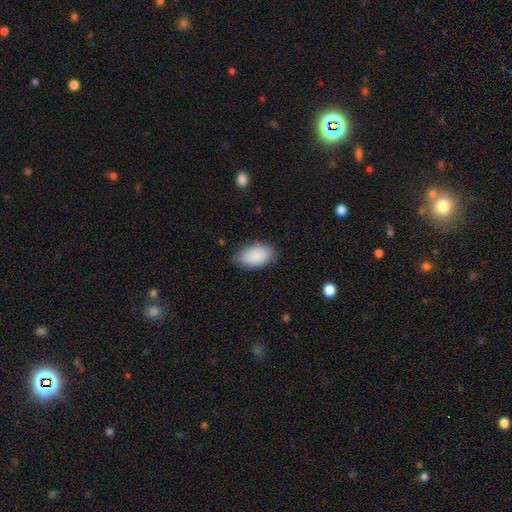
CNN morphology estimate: Smooth or featured? smooth (89%)
How rounded? in between (93%)
Merging? none (78%)